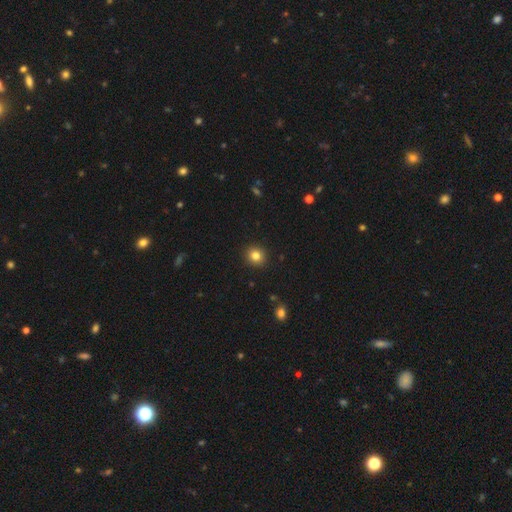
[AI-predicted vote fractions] A smooth galaxy with no disk features (83%) that is round (87%). Merging: none (92%).